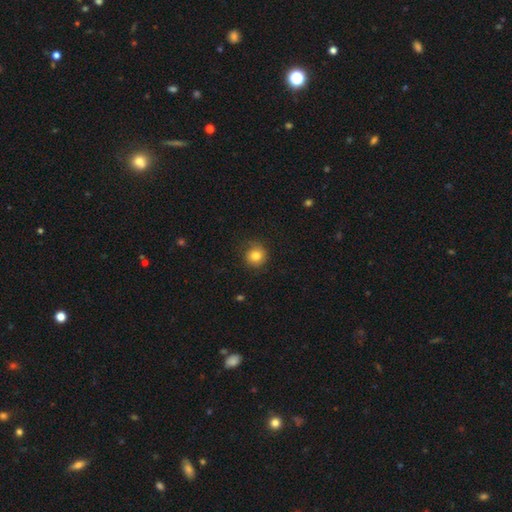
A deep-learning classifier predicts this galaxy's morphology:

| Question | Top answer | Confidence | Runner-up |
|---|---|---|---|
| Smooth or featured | smooth | 81% | star or artifact (10%) |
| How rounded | round | 92% | in between (7%) |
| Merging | none | 79% | minor disturbance (15%) |